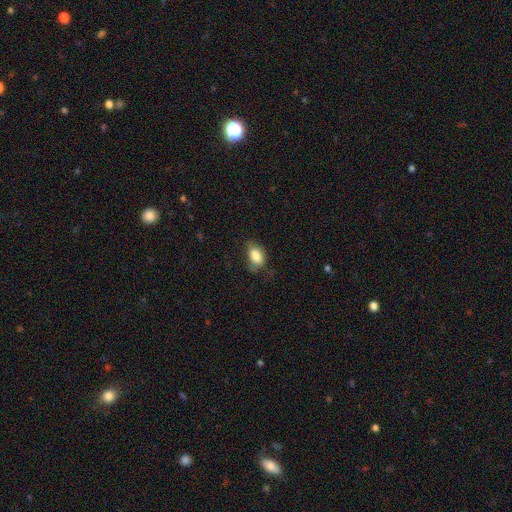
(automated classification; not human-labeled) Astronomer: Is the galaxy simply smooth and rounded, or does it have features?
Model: smooth — 83%.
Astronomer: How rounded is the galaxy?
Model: in between — 89%.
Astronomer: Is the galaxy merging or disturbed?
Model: none — 61%.